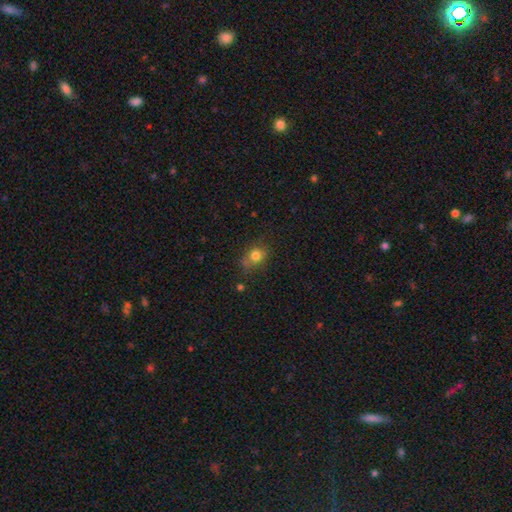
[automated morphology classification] smooth_or_featured: smooth (p=0.78) [alt: star or artifact p=0.12]
how_rounded: round (p=0.53) [alt: in between p=0.46]
merging: none (p=0.66) [alt: minor disturbance p=0.22]